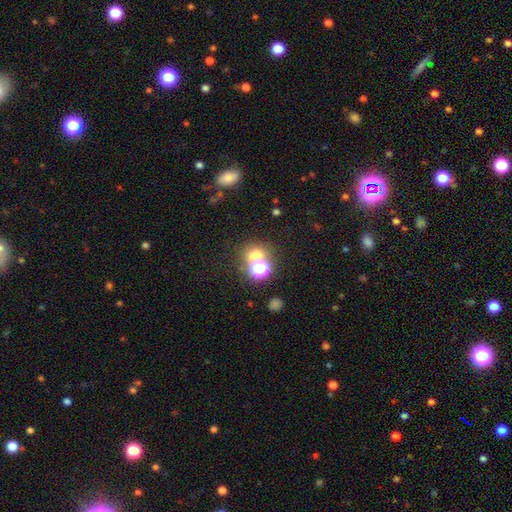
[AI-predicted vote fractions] Smooth or featured: smooth — 51% (star or artifact — 40%)
How rounded: round — 75% (in between — 24%)
Merging: none — 57% (merger — 28%)